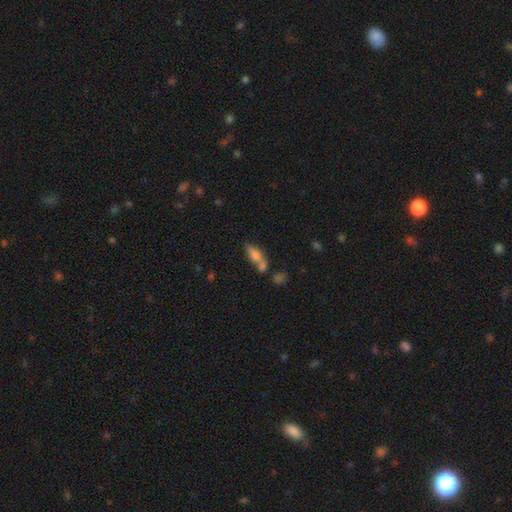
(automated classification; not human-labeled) Smooth or featured? Predicted: smooth (p=0.61). How rounded? Predicted: in between (p=0.65). Merging? Predicted: none (p=0.46).